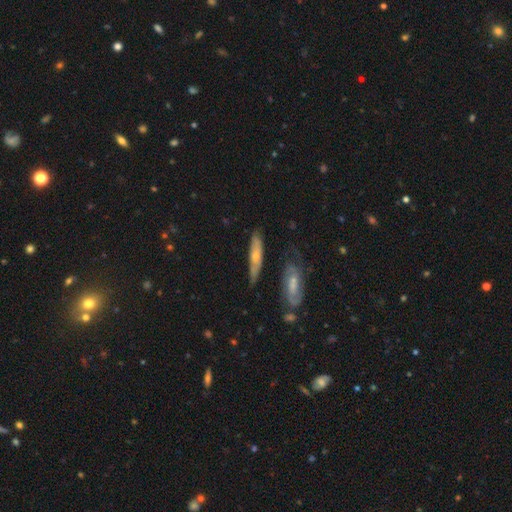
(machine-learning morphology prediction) This is possibly a featured or disk galaxy (49%). Merging: likely none (67%).